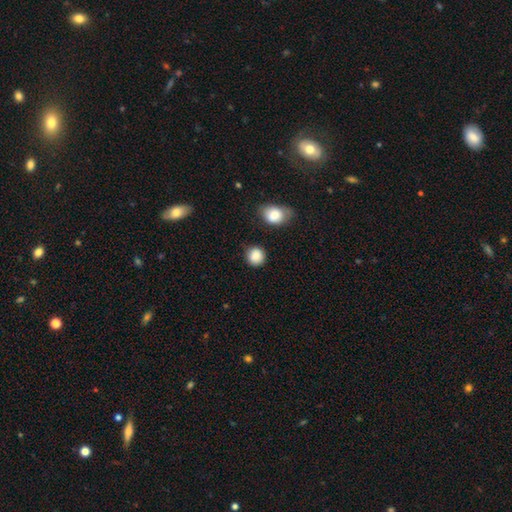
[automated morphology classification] A smooth galaxy with no disk features (88%) that is round (86%).

Vote fractions:
- Smooth or featured? smooth: 88% / star or artifact: 9% / featured or disk: 4%
- How rounded? round: 86% / in between: 13% / cigar-shaped: 1%
- Merging? none: 78% / minor disturbance: 14% / major disturbance: 4% / merger: 4%